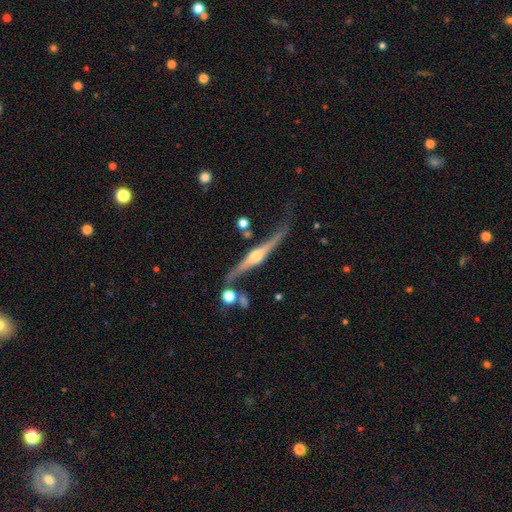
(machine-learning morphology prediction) smooth-or-featured: featured or disk: 84% | smooth: 11% | star or artifact: 5%
  disk-edge-on: yes: 96% | no: 4%
    edge-on-bulge: rounded: 88% | boxy: 8% | none: 4%
  merging: none: 69% | minor disturbance: 18% | merger: 7% | major disturbance: 5%